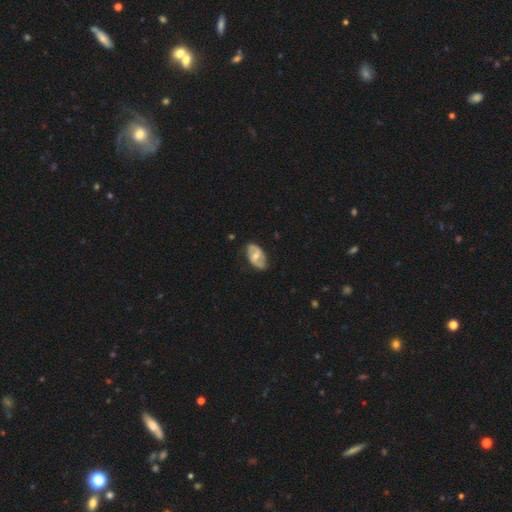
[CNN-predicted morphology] smooth_or_featured: featured or disk (p=0.69) [alt: smooth p=0.26]
disk_edge_on: no (p=0.95) [alt: yes p=0.05]
bar: weak (p=0.48) [alt: no p=0.34]
has_spiral_arms: yes (p=0.83) [alt: no p=0.17]
spiral_winding: medium (p=0.43) [alt: loose p=0.35]
spiral_arm_count: 2 (p=0.86) [alt: can't tell p=0.09]
bulge_size: moderate (p=0.58) [alt: small p=0.34]
merging: none (p=0.78) [alt: minor disturbance p=0.17]